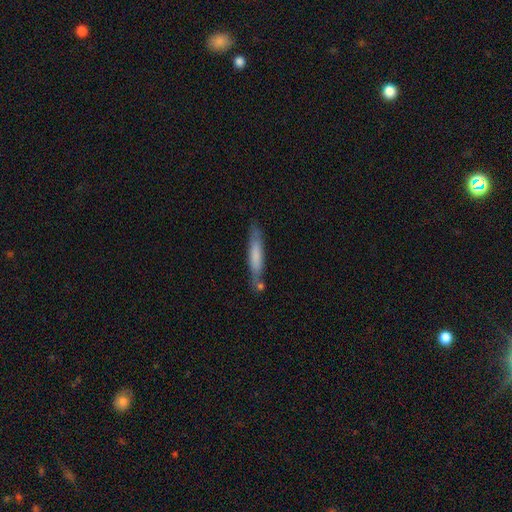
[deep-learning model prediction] Q: Smooth or featured?
A: smooth (69%); runner-up: featured or disk (26%)
Q: How rounded?
A: cigar-shaped (87%); runner-up: in between (12%)
Q: Merging?
A: none (70%); runner-up: minor disturbance (17%)